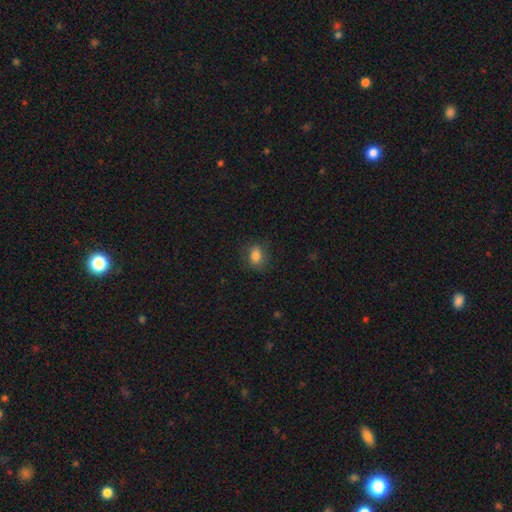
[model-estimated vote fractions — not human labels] This appears to be a smooth galaxy with no disk features (81%) that is in between round and cigar-shaped (54%). Merging: none (80%).